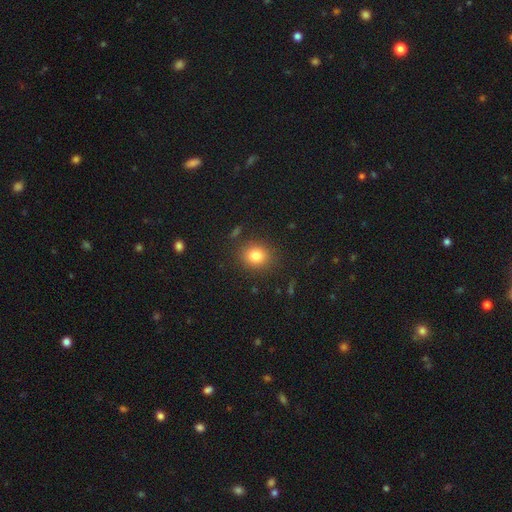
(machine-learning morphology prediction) Smooth or featured: smooth — 82% (star or artifact — 11%)
How rounded: round — 73% (in between — 26%)
Merging: none — 86% (minor disturbance — 9%)